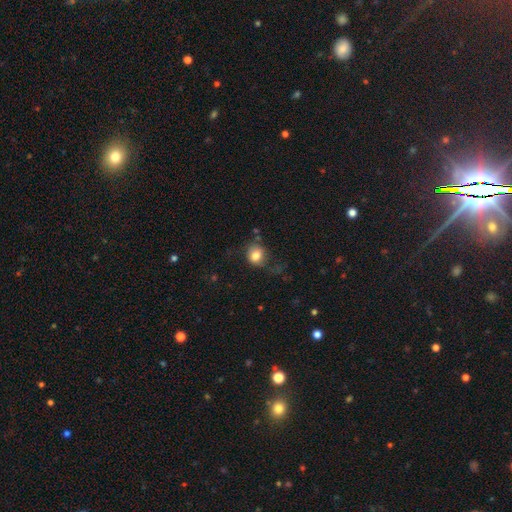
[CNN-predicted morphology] smooth_or_featured: smooth (p=0.79) [alt: featured or disk p=0.12]
how_rounded: round (p=0.65) [alt: in between p=0.34]
merging: none (p=0.55) [alt: minor disturbance p=0.24]